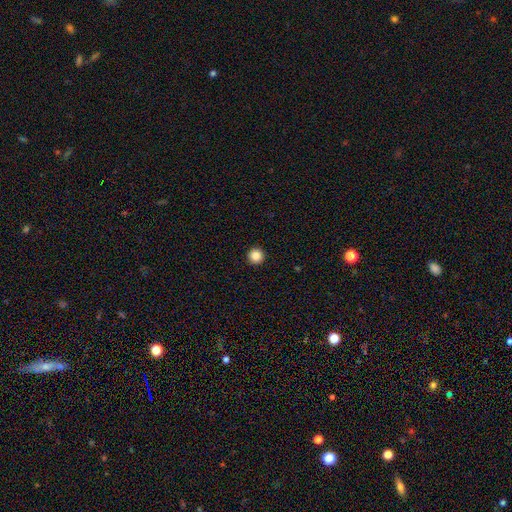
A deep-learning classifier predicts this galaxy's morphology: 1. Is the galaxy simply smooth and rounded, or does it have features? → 86% smooth, 11% star or artifact, 3% featured or disk.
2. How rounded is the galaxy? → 97% round, 2% in between, 1% cigar-shaped.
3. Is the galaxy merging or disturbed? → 94% none, 4% minor disturbance, 1% major disturbance, 1% merger.